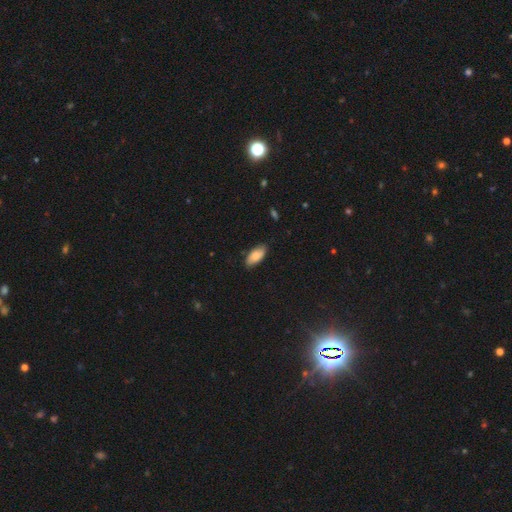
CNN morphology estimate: Smooth or featured? smooth (83%)
How rounded? in between (90%)
Merging? none (81%)